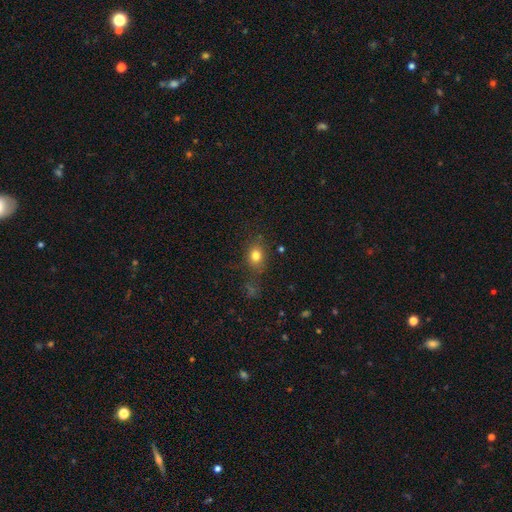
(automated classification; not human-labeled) Q: Smooth or featured?
A: smooth (79%); runner-up: star or artifact (13%)
Q: How rounded?
A: round (55%); runner-up: in between (43%)
Q: Merging?
A: none (73%); runner-up: minor disturbance (16%)